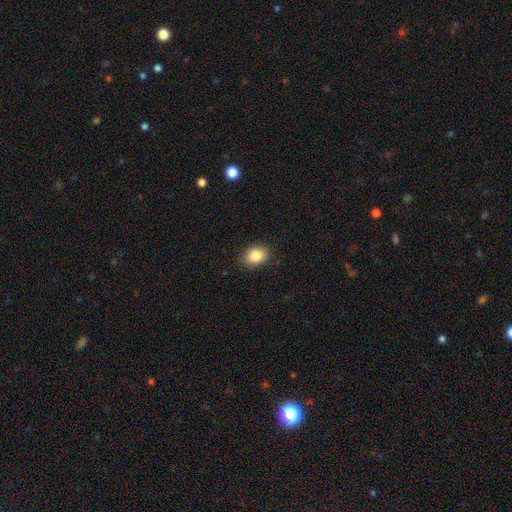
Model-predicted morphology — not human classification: A smooth galaxy with no disk features (85%) that is in between round and cigar-shaped (65%). Merging: none (86%).